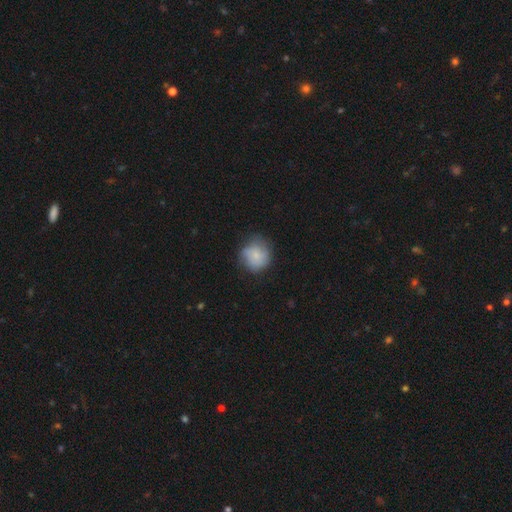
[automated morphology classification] The model was most divided on "merging": none: 66%, minor disturbance: 24%, major disturbance: 8%, merger: 1%. More confident: how rounded — round (86%); smooth or featured — smooth (68%).